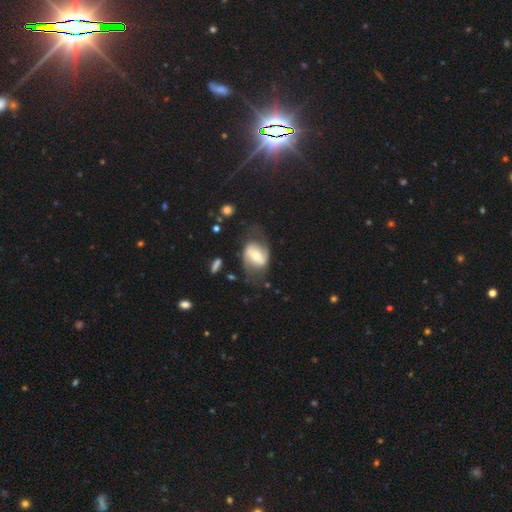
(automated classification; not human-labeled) Smooth or featured: featured or disk — 69% (smooth — 25%)
Edge-on disk: no — 96% (yes — 4%)
Bar: strong — 39% (tied with weak — 39%)
Spiral arms: yes — 85% (no — 15%)
Spiral winding: medium — 43% (loose — 41%)
Spiral arm count: 2 — 87% (can't tell — 7%)
Bulge size: moderate — 51% (small — 28%)
Merging: none — 59% (minor disturbance — 22%)